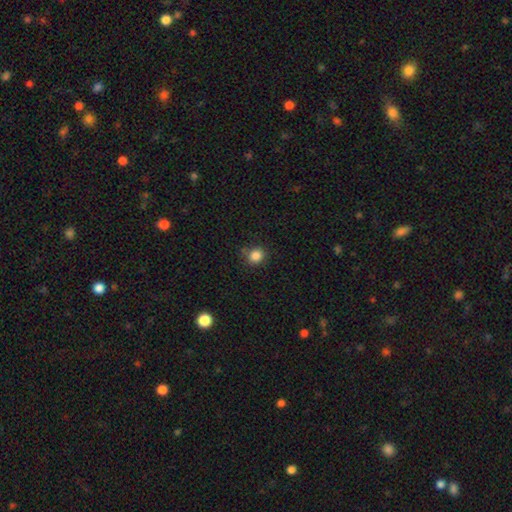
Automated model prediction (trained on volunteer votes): The model was most divided on "merging": none: 79%, minor disturbance: 14%, merger: 4%, major disturbance: 3%. More confident: smooth or featured — smooth (84%); how rounded — round (84%).